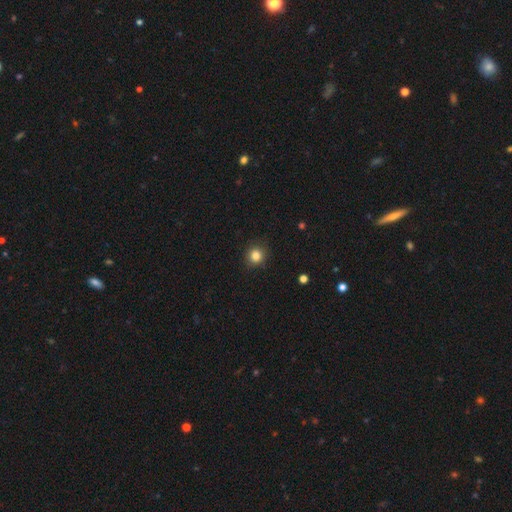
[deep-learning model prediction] Morphology: type=smooth (84%); roundness=round (90%); merging=none (89%).